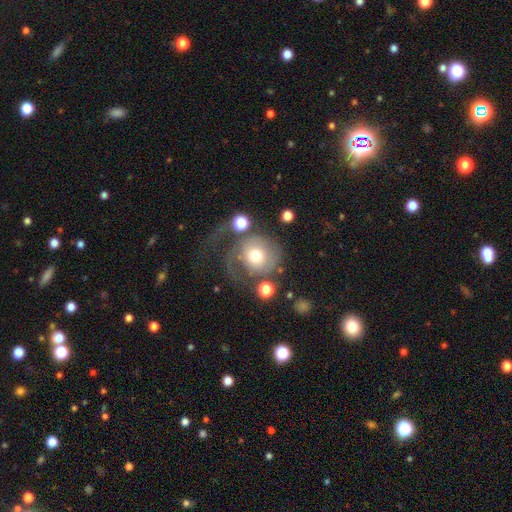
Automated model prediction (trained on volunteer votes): This appears to be a smooth galaxy with no disk features (53%) that is round (85%). Merging: major disturbance (42%).